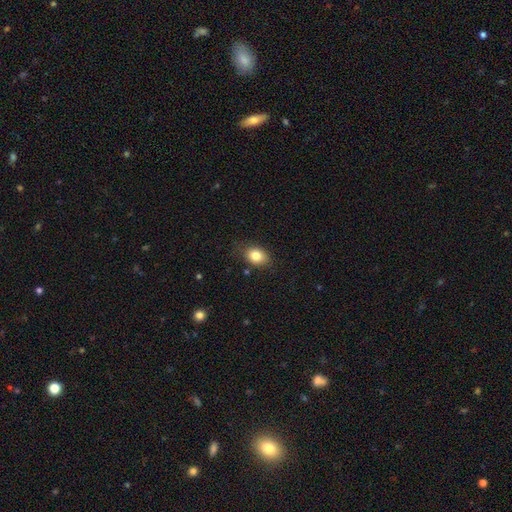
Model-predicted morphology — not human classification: Smooth or featured?
  - smooth: 82% *
  - star or artifact: 9%
  - featured or disk: 8%
How rounded?
  - in between: 66% *
  - round: 33%
  - cigar-shaped: 1%
Merging?
  - none: 76% *
  - minor disturbance: 18%
  - major disturbance: 4%
  - merger: 2%